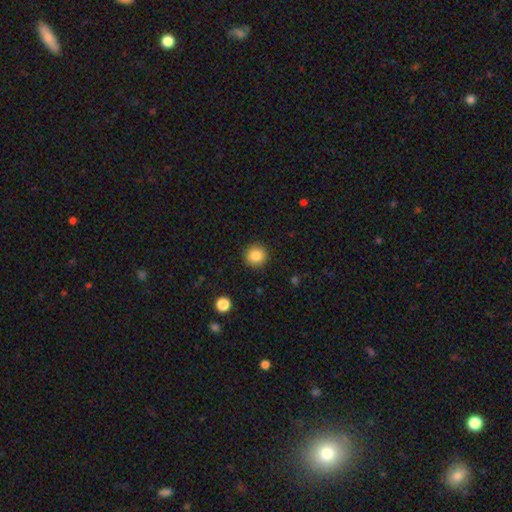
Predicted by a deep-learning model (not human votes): A smooth galaxy with no disk features (85%) that is round (95%).

Vote fractions:
- Smooth or featured? smooth: 85% / star or artifact: 10% / featured or disk: 5%
- How rounded? round: 95% / in between: 4% / cigar-shaped: 1%
- Merging? none: 91% / minor disturbance: 5% / major disturbance: 2% / merger: 1%